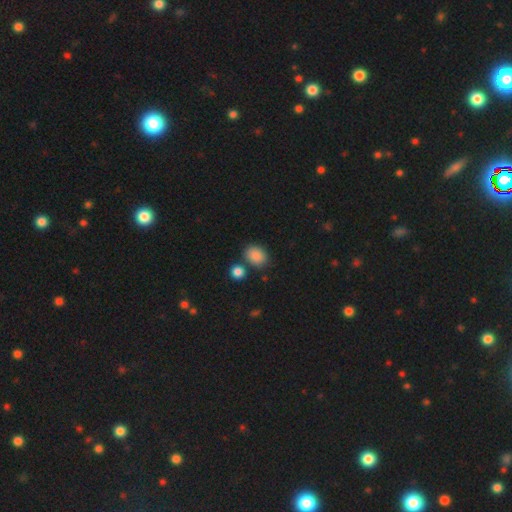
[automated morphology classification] smooth 87%, star or artifact 9%, featured or disk 4%. Down the decision tree: how rounded — in between (60%); merging — none (74%).